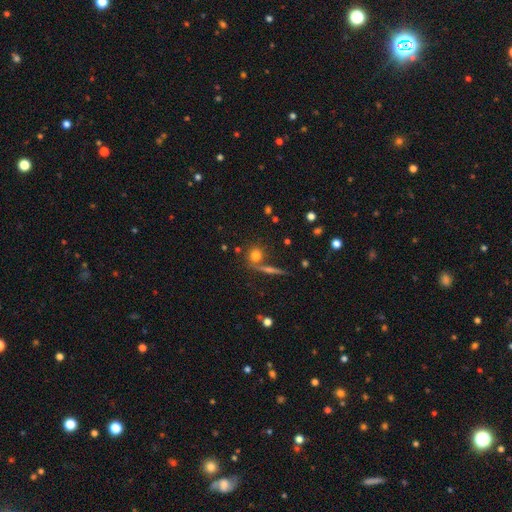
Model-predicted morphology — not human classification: This is likely a smooth galaxy (71%). How rounded: clearly round (81%). Merging: likely none (67%).